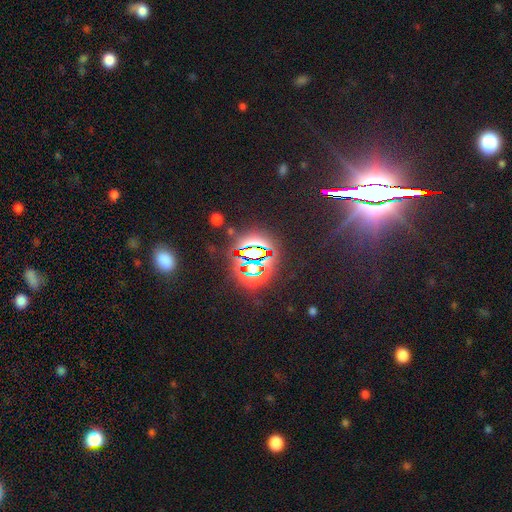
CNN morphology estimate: Smooth or featured?
  - star or artifact: 80% *
  - smooth: 11%
  - featured or disk: 9%